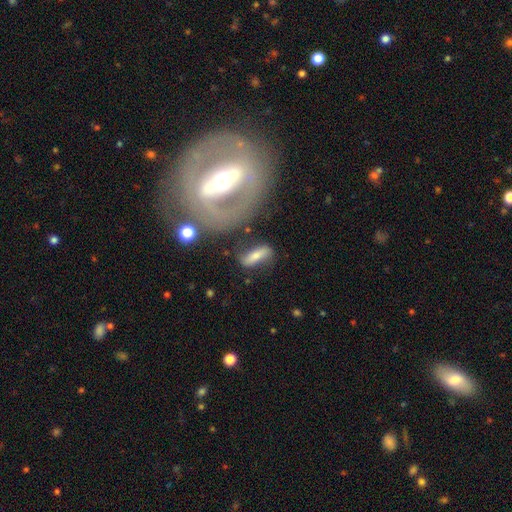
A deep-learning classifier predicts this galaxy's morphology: The model was most divided on "how rounded": in between: 54%, cigar-shaped: 42%, round: 4%. More confident: smooth or featured — smooth (62%); merging — none (60%).